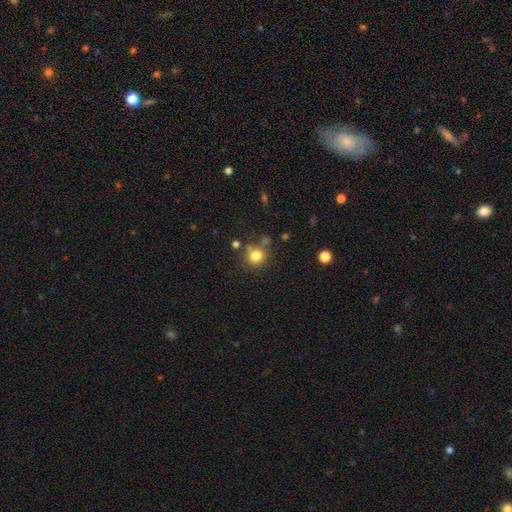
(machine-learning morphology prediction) smooth 81%, star or artifact 12%, featured or disk 7%. Down the decision tree: how rounded — round (91%); merging — none (73%).